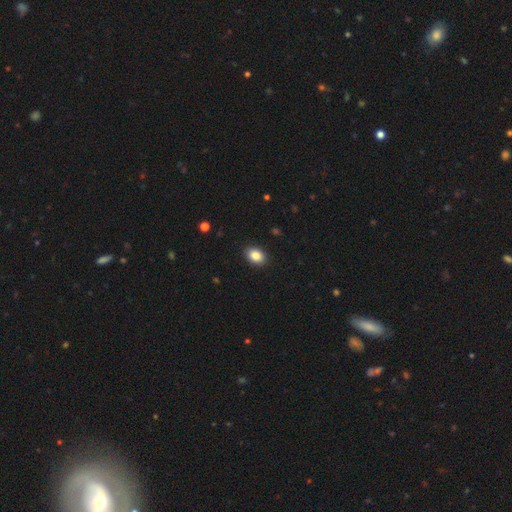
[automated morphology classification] A smooth galaxy with no disk features (86%) that is in between round and cigar-shaped (81%).

Vote fractions:
- Smooth or featured? smooth: 86% / star or artifact: 8% / featured or disk: 5%
- How rounded? in between: 81% / round: 18% / cigar-shaped: 1%
- Merging? none: 90% / minor disturbance: 7% / major disturbance: 2% / merger: 1%